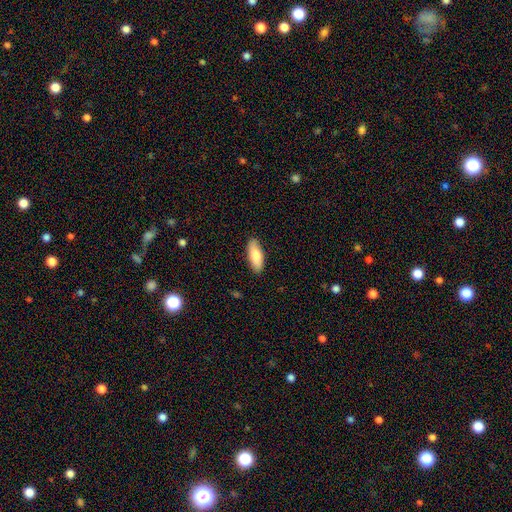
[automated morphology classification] Smooth or featured: smooth — 81% (featured or disk — 13%)
How rounded: in between — 73% (cigar-shaped — 25%)
Merging: none — 88% (minor disturbance — 9%)